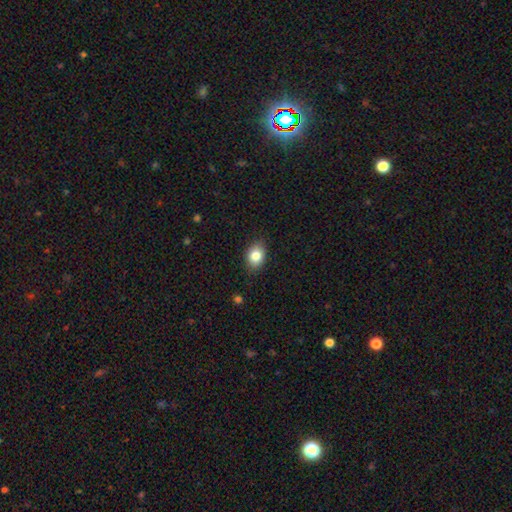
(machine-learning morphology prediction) Smooth or featured? Predicted: smooth (p=0.83). How rounded? Predicted: in between (p=0.67). Merging? Predicted: none (p=0.84).